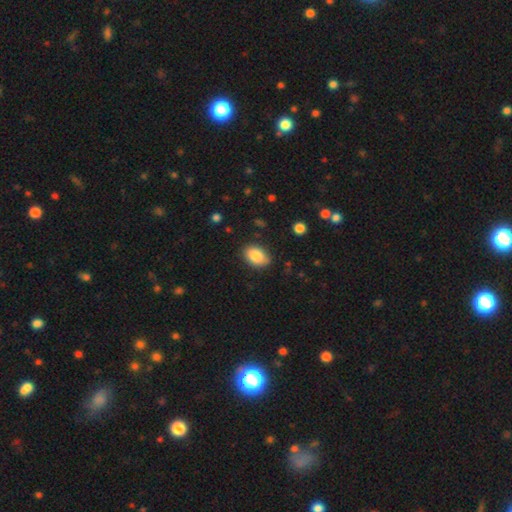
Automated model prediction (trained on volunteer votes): Smooth or featured? Predicted: smooth (p=0.87). How rounded? Predicted: in between (p=0.84). Merging? Predicted: none (p=0.82).